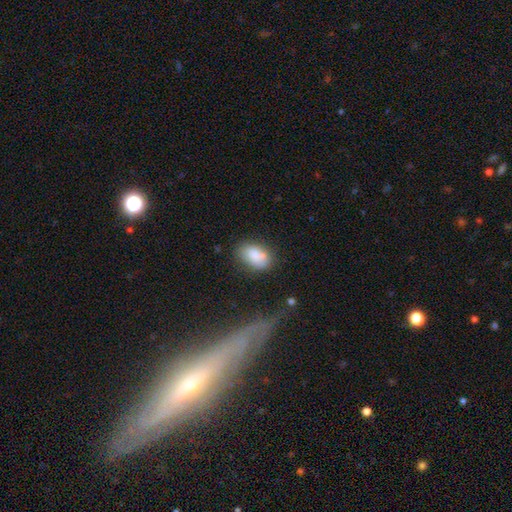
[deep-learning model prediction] smooth-or-featured: smooth: 81% | featured or disk: 11% | star or artifact: 8%
  how-rounded: in between: 87% | round: 11% | cigar-shaped: 2%
  merging: none: 60% | minor disturbance: 20% | merger: 15% | major disturbance: 6%